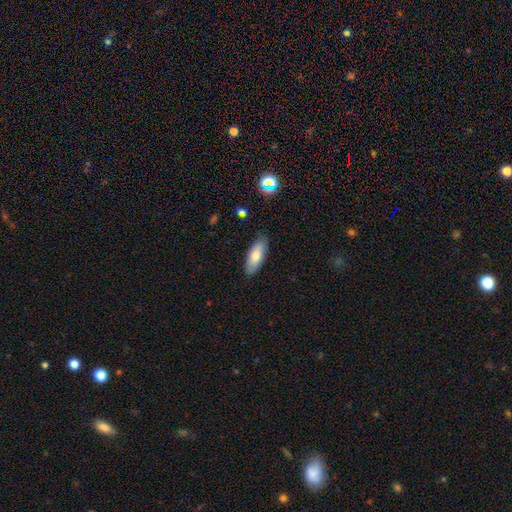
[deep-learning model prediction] Smooth or featured?
  - smooth: 75% *
  - featured or disk: 19%
  - star or artifact: 6%
How rounded?
  - in between: 72% *
  - cigar-shaped: 26%
  - round: 2%
Merging?
  - none: 84% *
  - minor disturbance: 12%
  - major disturbance: 2%
  - merger: 1%